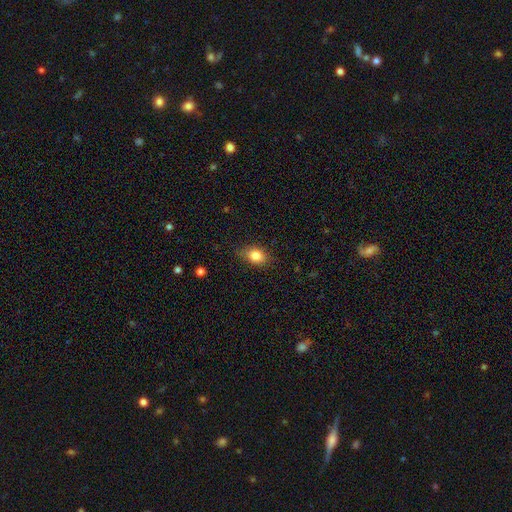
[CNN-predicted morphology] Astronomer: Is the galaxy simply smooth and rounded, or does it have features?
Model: smooth — 83%.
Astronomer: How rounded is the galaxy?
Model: in between — 67%.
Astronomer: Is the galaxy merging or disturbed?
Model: none — 75%.